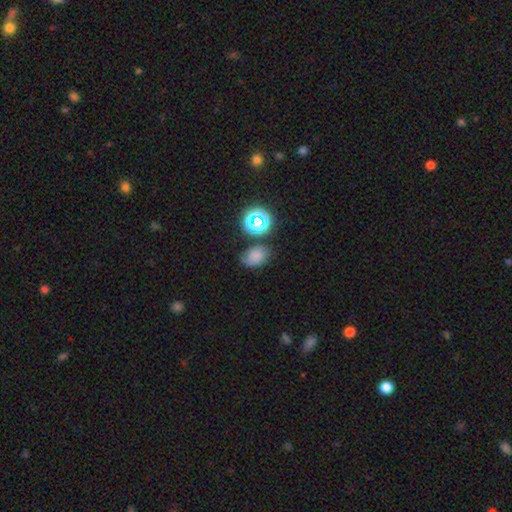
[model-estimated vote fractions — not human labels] A smooth galaxy with no disk features (66%) that is in between round and cigar-shaped (69%).

Vote fractions:
- Smooth or featured? smooth: 66% / star or artifact: 20% / featured or disk: 14%
- How rounded? in between: 69% / round: 30% / cigar-shaped: 1%
- Merging? none: 56% / minor disturbance: 27% / major disturbance: 9% / merger: 7%